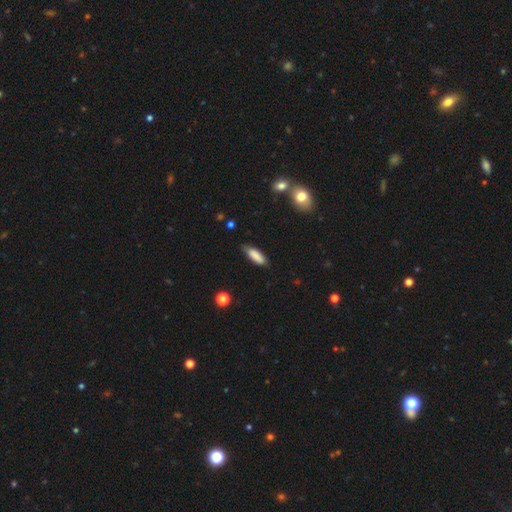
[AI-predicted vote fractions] Morphology: type=smooth (84%); roundness=in between (54%); merging=none (71%).